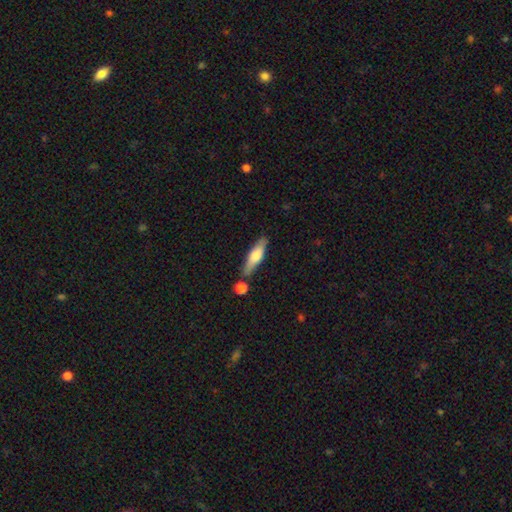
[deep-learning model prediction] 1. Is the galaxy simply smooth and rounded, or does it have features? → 60% smooth, 35% featured or disk, 6% star or artifact.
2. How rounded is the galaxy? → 66% cigar-shaped, 32% in between, 2% round.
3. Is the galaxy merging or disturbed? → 73% none, 14% minor disturbance, 9% merger, 3% major disturbance.